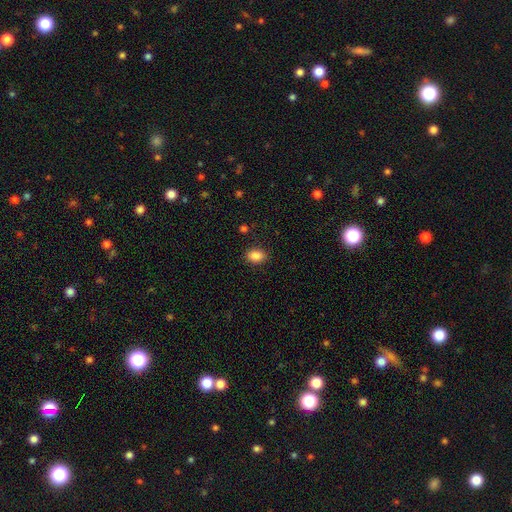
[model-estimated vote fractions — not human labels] Overall: smooth (87%). How rounded: in between (78%). Merging: none (87%).